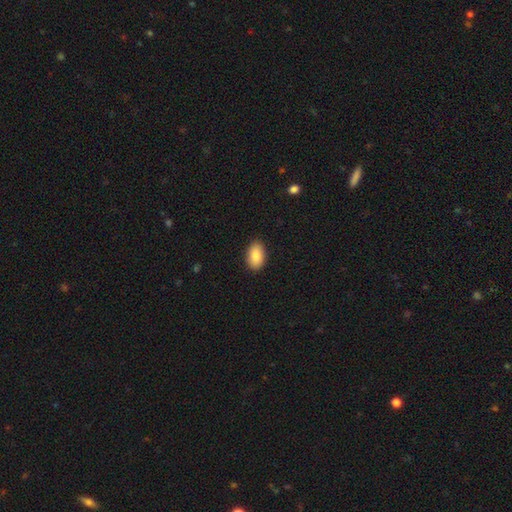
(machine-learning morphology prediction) Smooth or featured?
  - smooth: 85% *
  - featured or disk: 8%
  - star or artifact: 7%
How rounded?
  - in between: 92% *
  - round: 7%
  - cigar-shaped: 1%
Merging?
  - none: 90% *
  - minor disturbance: 8%
  - major disturbance: 2%
  - merger: 1%